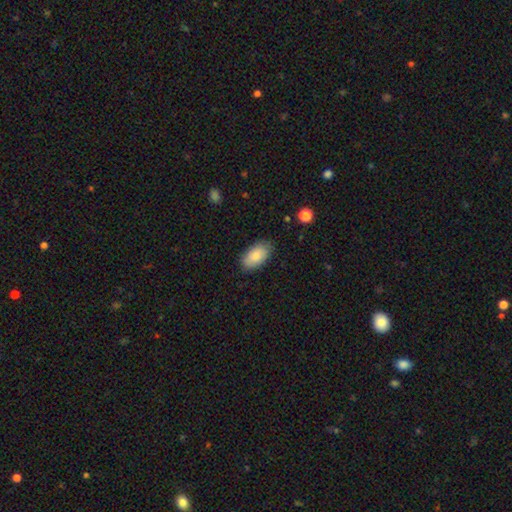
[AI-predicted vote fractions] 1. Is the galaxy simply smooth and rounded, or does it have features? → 86% smooth, 7% featured or disk, 6% star or artifact.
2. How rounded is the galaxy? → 94% in between, 3% round, 2% cigar-shaped.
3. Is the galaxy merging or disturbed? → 83% none, 13% minor disturbance, 3% major disturbance, 1% merger.